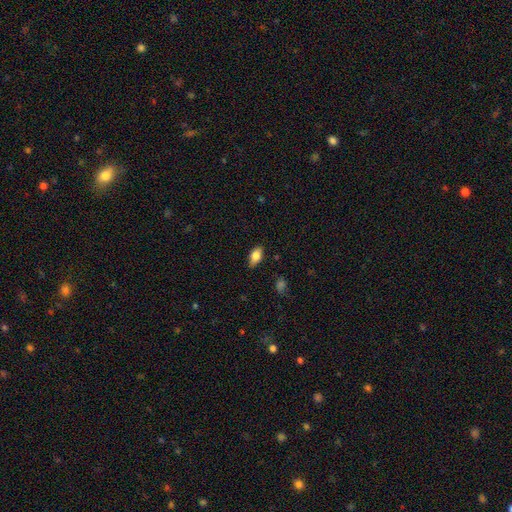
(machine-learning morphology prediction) type=smooth (81%); roundness=in between (89%); merging=none (82%).